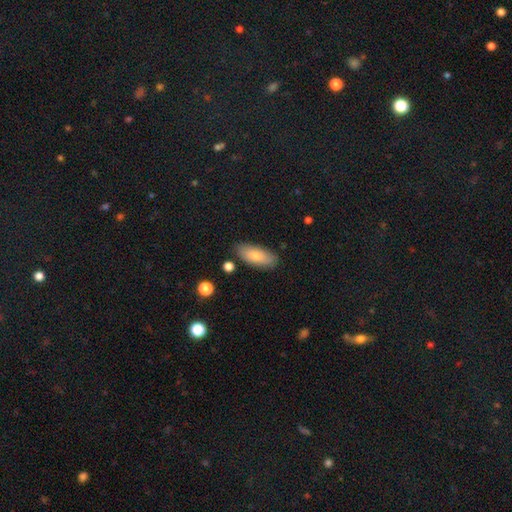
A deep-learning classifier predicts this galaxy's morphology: smooth-or-featured: smooth: 80% | featured or disk: 14% | star or artifact: 6%
  how-rounded: in between: 83% | cigar-shaped: 15% | round: 2%
  merging: none: 82% | minor disturbance: 13% | merger: 3% | major disturbance: 3%